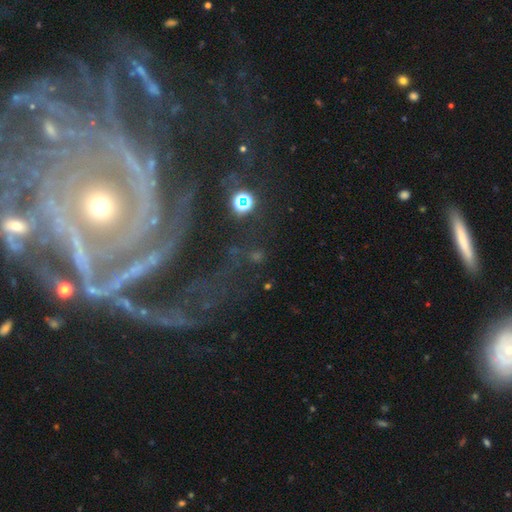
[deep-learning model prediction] This is marginally a featured or disk galaxy (43%). Merging: likely none (65%).